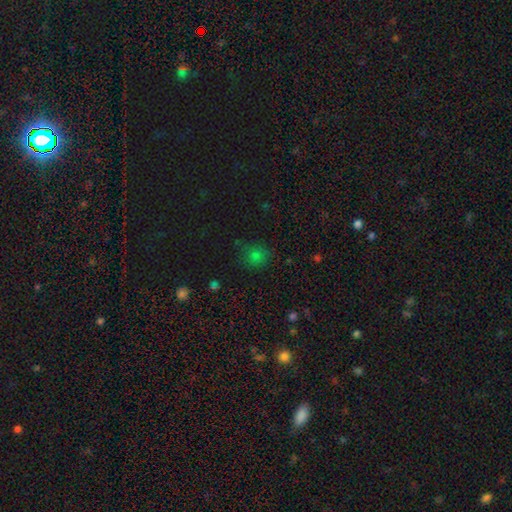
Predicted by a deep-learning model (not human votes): smooth 69%, star or artifact 25%, featured or disk 6%. Down the decision tree: how rounded — round (80%); merging — none (78%).